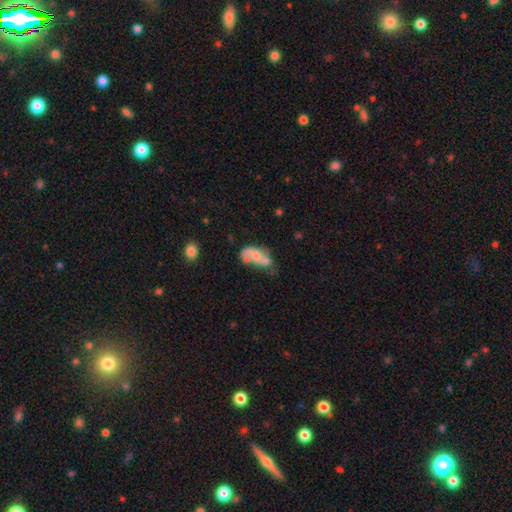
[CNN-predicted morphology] smooth_or_featured: featured or disk (p=0.51) [alt: smooth p=0.41]
disk_edge_on: no (p=0.96) [alt: yes p=0.04]
merging: merger (p=0.37) [alt: none p=0.23]